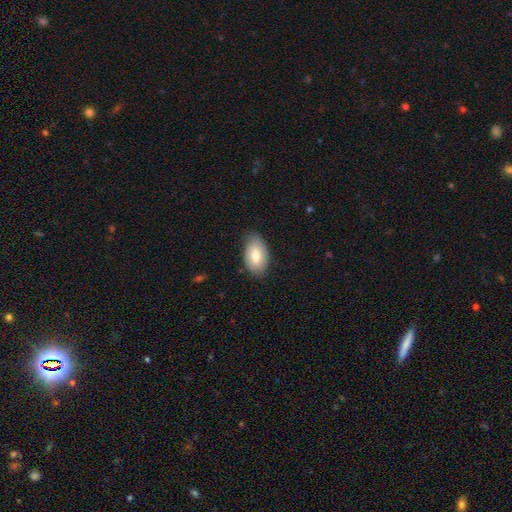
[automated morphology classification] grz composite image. It shows a smooth galaxy with no disk features (77%) that is in between round and cigar-shaped (94%). Merging: none (79%).